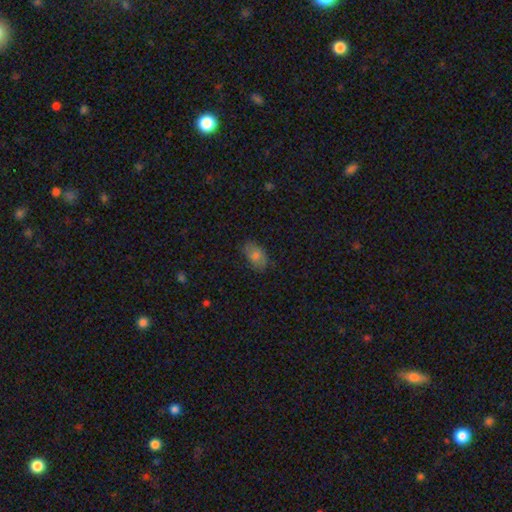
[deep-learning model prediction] This appears to be a smooth galaxy with no disk features (75%) that is in between round and cigar-shaped (90%). Merging: none (76%).